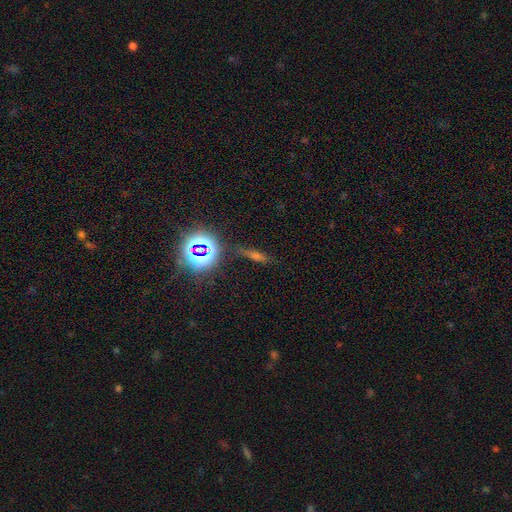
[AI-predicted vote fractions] The model was most divided on "smooth or featured": smooth: 39%, star or artifact: 35%, featured or disk: 26%. More confident: merging — none (80%).